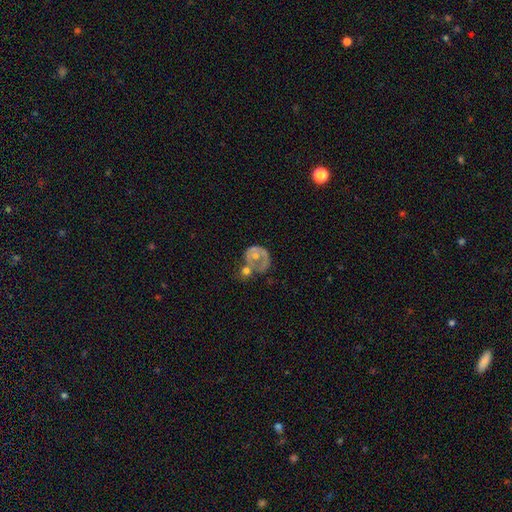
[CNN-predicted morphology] A featured or disk galaxy (60%) with no bar (87%), no spiral arms (60%) and a small central bulge (44%).

Vote fractions:
- Smooth or featured? featured or disk: 60% / smooth: 30% / star or artifact: 9%
- Edge-on disk? no: 98% / yes: 2%
- Bar? no: 87% / weak: 10% / strong: 3%
- Spiral arms? no: 60% / yes: 40%
- Bulge size? small: 44% / moderate: 43% / none: 9% / large: 3% / dominant: 2%
- Merging? merger: 33% / none: 29% / major disturbance: 23% / minor disturbance: 16%